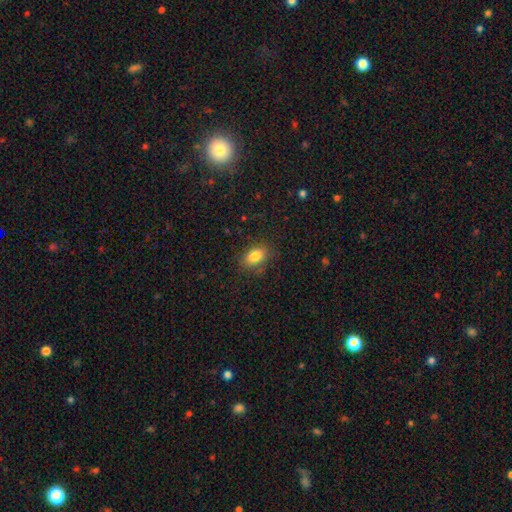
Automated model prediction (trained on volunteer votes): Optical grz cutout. It shows a smooth galaxy with no disk features (84%) that is in between round and cigar-shaped (85%). Merging: none (82%).